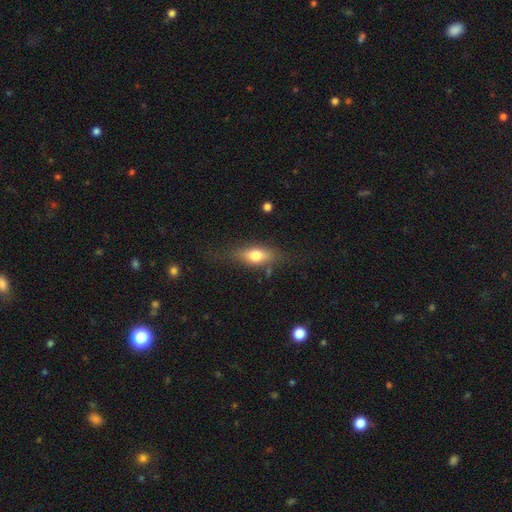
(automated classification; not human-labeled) smooth-or-featured: smooth: 67% | featured or disk: 25% | star or artifact: 8%
  how-rounded: in between: 74% | cigar-shaped: 19% | round: 7%
  merging: none: 69% | minor disturbance: 20% | major disturbance: 8% | merger: 2%